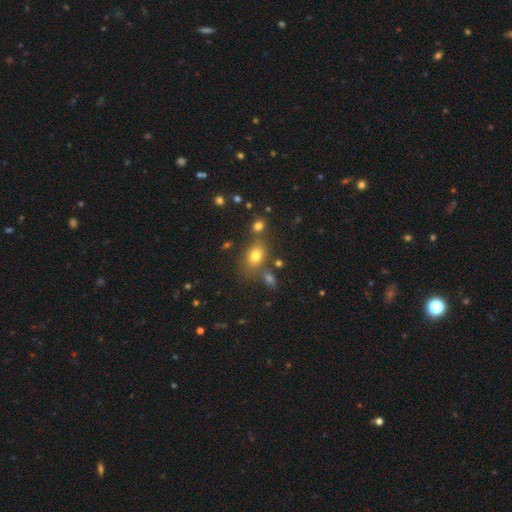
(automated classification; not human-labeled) Smooth or featured? smooth (76%)
How rounded? in between (73%)
Merging? none (67%)